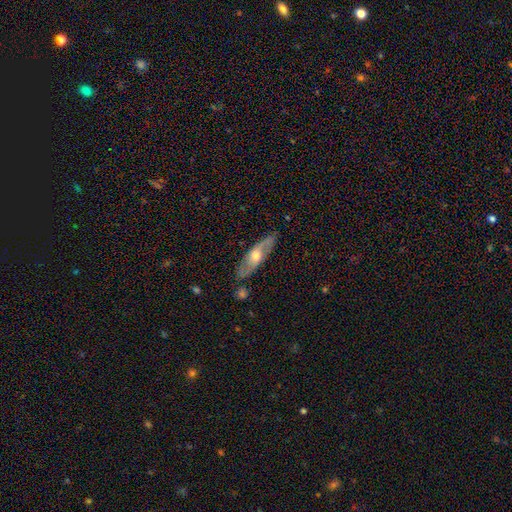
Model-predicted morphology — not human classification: featured or disk 67%, smooth 27%, star or artifact 6%. Down the decision tree: edge-on disk — no (58%); merging — none (83%).